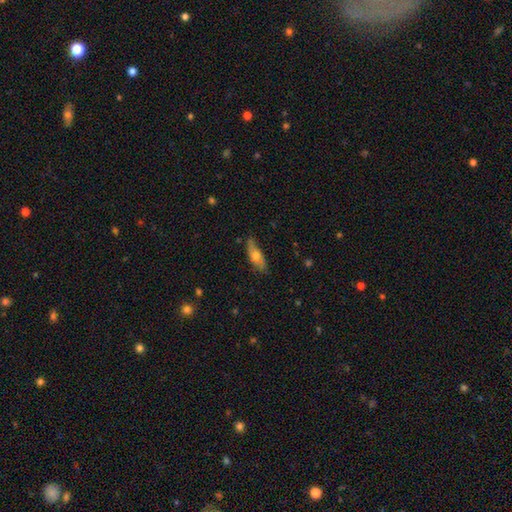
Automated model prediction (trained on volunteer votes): Smooth or featured?
  - smooth: 60% *
  - featured or disk: 33%
  - star or artifact: 7%
How rounded?
  - in between: 60% *
  - cigar-shaped: 37%
  - round: 3%
Merging?
  - none: 67% *
  - minor disturbance: 26%
  - major disturbance: 5%
  - merger: 2%